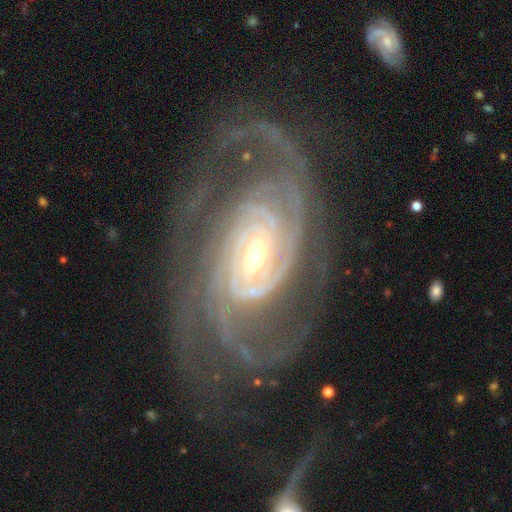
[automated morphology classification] smooth_or_featured: featured or disk (p=0.93) [alt: star or artifact p=0.04]
disk_edge_on: no (p=0.97) [alt: yes p=0.03]
bar: weak (p=0.42) [alt: no p=0.32]
has_spiral_arms: yes (p=0.98) [alt: no p=0.02]
spiral_winding: tight (p=0.64) [alt: medium p=0.30]
spiral_arm_count: 2 (p=0.29) [alt: 3 p=0.22]
bulge_size: small (p=0.50) [alt: moderate p=0.45]
merging: none (p=0.67) [alt: minor disturbance p=0.16]